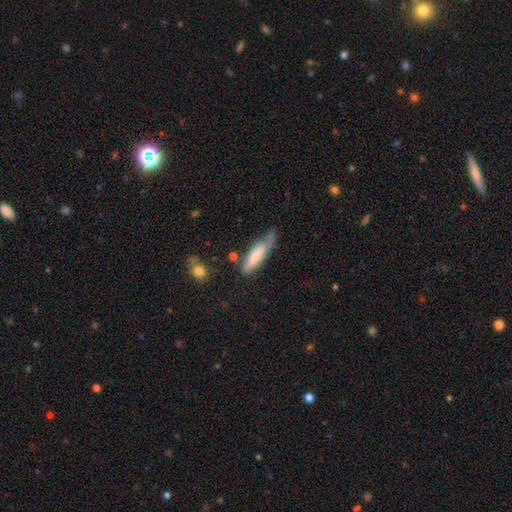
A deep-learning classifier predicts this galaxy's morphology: smooth_or_featured: smooth (p=0.67) [alt: featured or disk p=0.27]
how_rounded: cigar-shaped (p=0.61) [alt: in between p=0.38]
merging: none (p=0.41) [alt: minor disturbance p=0.35]